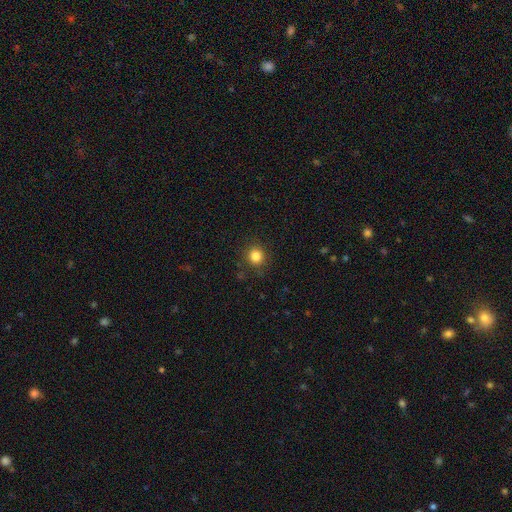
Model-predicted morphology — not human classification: Smooth or featured: smooth — 84% (star or artifact — 12%)
How rounded: round — 90% (in between — 9%)
Merging: none — 88% (minor disturbance — 8%)